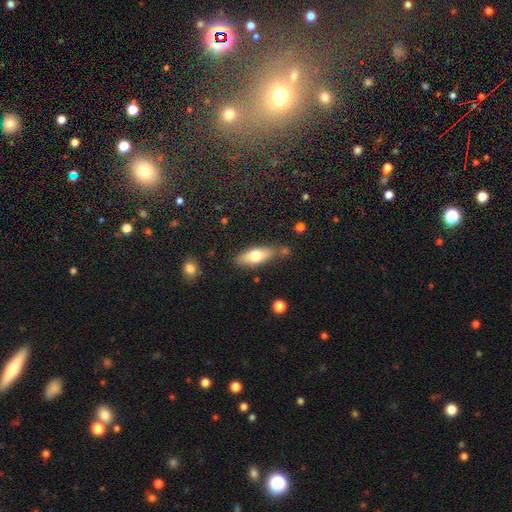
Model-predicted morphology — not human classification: Overall: smooth (67%; featured or disk 27%). How rounded: in between (66%; cigar-shaped 31%). Merging: none (76%).